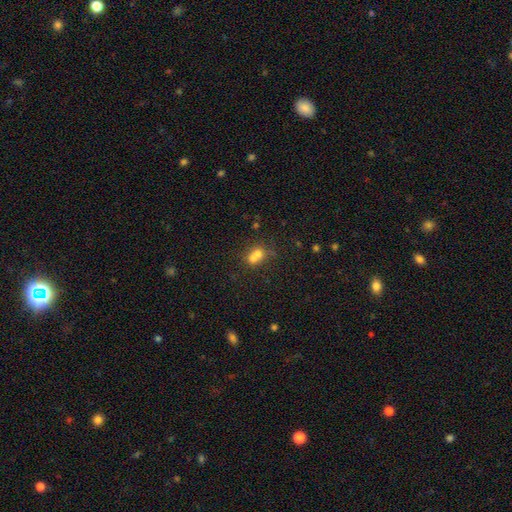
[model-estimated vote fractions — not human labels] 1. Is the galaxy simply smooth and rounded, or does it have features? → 67% smooth, 19% featured or disk, 14% star or artifact.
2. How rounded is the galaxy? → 62% round, 37% in between, 2% cigar-shaped.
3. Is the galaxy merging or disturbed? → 65% merger, 25% none, 7% minor disturbance, 4% major disturbance.